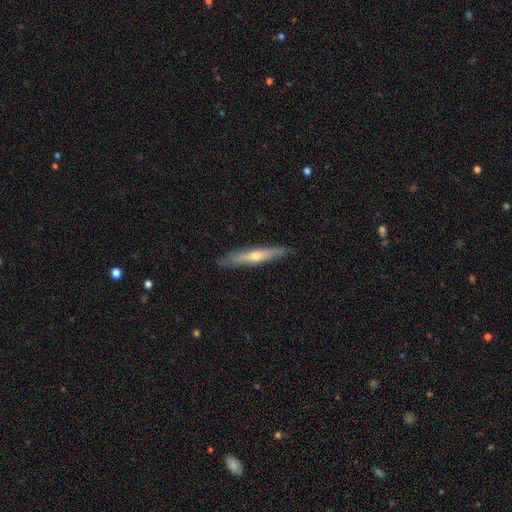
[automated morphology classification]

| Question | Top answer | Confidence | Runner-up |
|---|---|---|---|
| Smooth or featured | featured or disk | 52% | smooth (42%) |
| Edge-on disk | yes | 88% | no (12%) |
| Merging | none | 85% | minor disturbance (12%) |